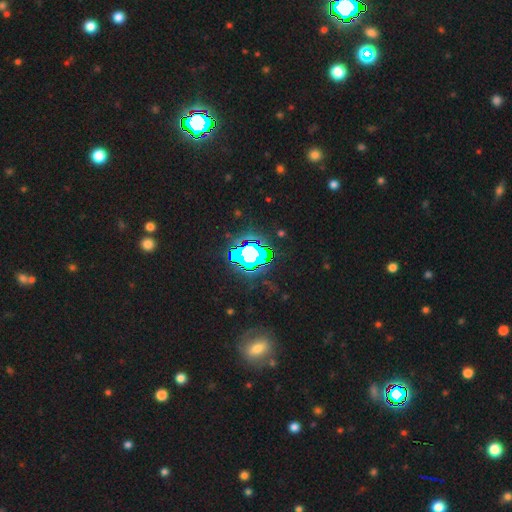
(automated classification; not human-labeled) A star or artifact, not a galaxy (78%).

Vote fractions:
- Smooth or featured? star or artifact: 78% / smooth: 13% / featured or disk: 8%